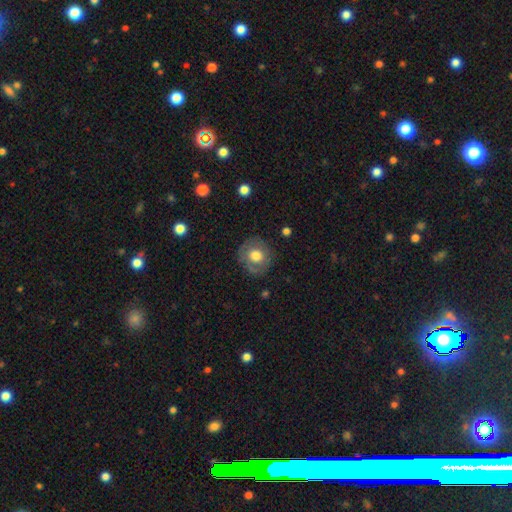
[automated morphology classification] Smooth or featured? Predicted: smooth (p=0.62). How rounded? Predicted: round (p=0.88). Merging? Predicted: none (p=0.80).